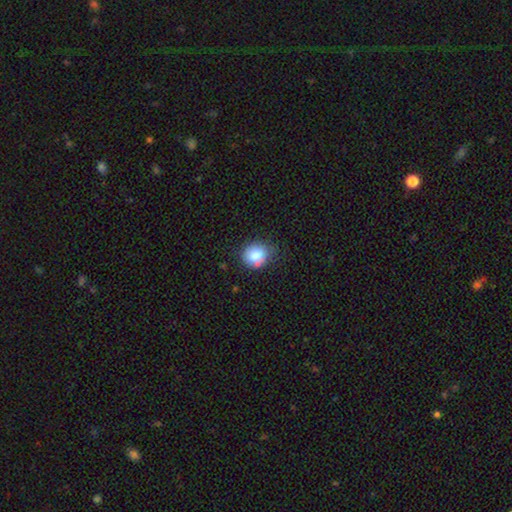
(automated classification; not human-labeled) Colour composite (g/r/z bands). It shows a smooth galaxy with no disk features (82%) that is round (67%). Merging: none (63%).